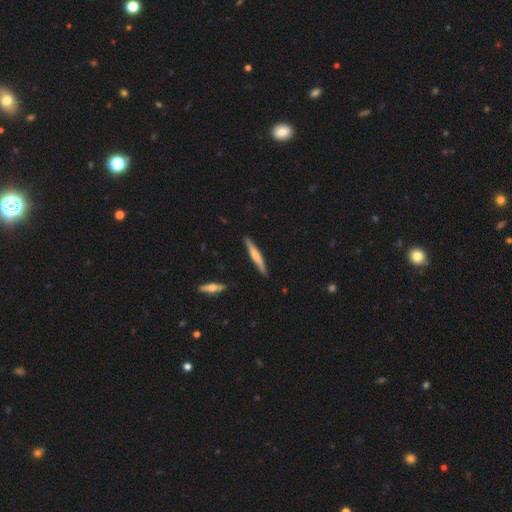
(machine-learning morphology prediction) smooth_or_featured: smooth (p=0.55) [alt: featured or disk p=0.39]
how_rounded: cigar-shaped (p=0.94) [alt: in between p=0.05]
merging: none (p=0.87) [alt: minor disturbance p=0.09]